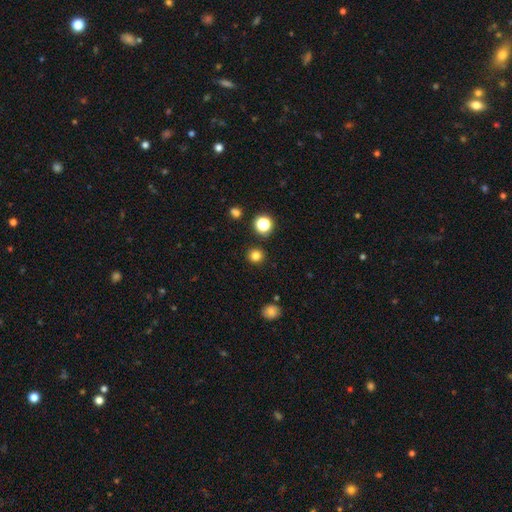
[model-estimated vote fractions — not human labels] Smooth or featured: smooth — 80% (star or artifact — 15%)
How rounded: round — 92% (in between — 7%)
Merging: none — 90% (minor disturbance — 6%)